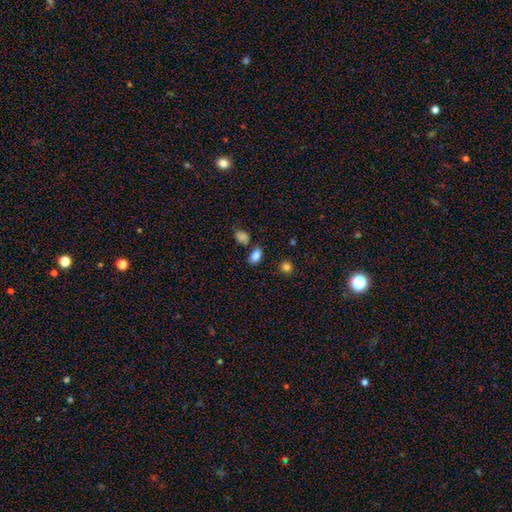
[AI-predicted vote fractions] Smooth or featured? Predicted: smooth (p=0.84). How rounded? Predicted: in between (p=0.84). Merging? Predicted: none (p=0.76).